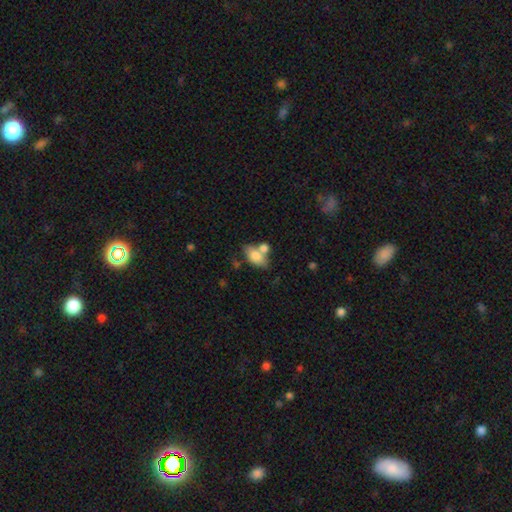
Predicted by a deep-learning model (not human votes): Smooth or featured? smooth (77%)
How rounded? in between (87%)
Merging? none (43%)